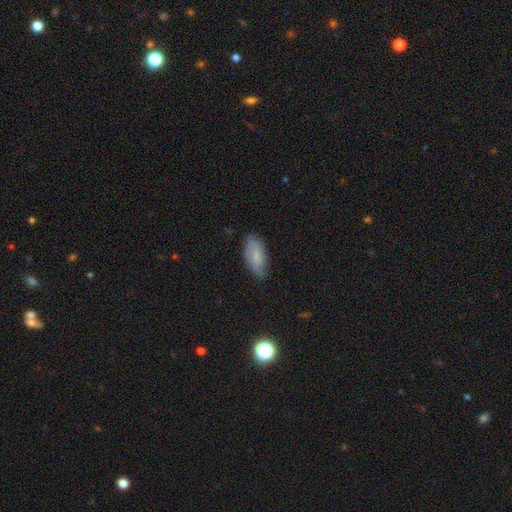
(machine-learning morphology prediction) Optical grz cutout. It shows a smooth galaxy with no disk features (68%) that is in between round and cigar-shaped (90%). Merging: none (72%).